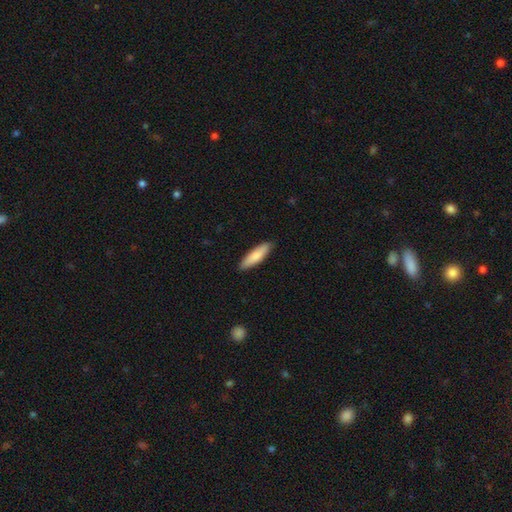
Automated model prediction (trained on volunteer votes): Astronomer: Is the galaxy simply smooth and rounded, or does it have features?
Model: smooth — 81%.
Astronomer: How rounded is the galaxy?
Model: cigar-shaped — 62% (runner-up: in between, 37%).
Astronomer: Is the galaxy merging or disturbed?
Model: none — 89%.